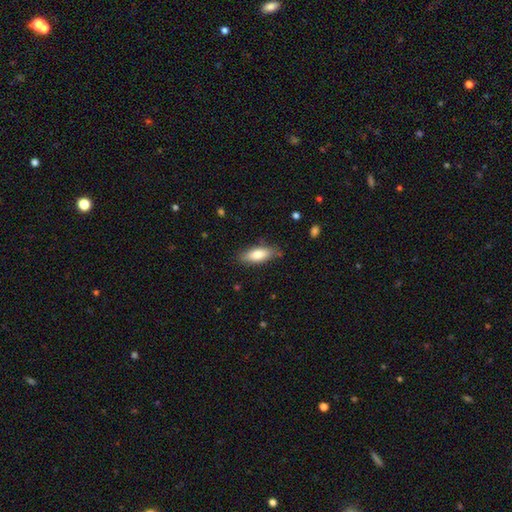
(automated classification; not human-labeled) This is likely a smooth galaxy (77%). How rounded: likely in between (70%). Merging: clearly none (81%).